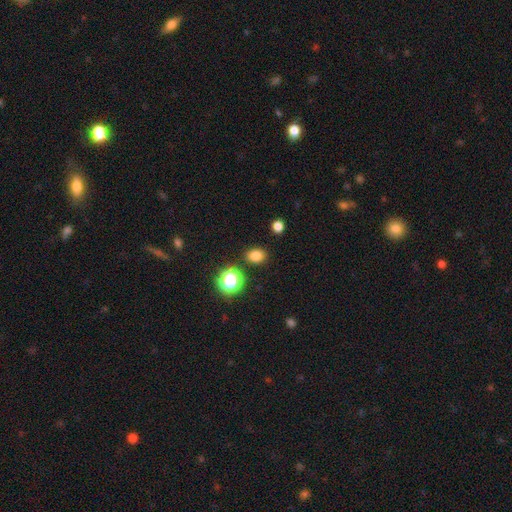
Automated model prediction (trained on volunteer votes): Overall: smooth (79%). How rounded: in between (60%; round 39%). Merging: none (86%).